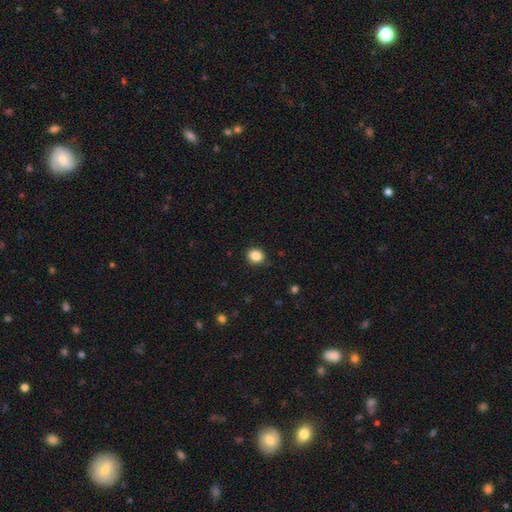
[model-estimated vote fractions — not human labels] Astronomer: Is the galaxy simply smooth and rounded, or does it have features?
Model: smooth — 86%.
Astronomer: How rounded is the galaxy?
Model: round — 83%.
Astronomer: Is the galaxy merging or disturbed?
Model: none — 89%.